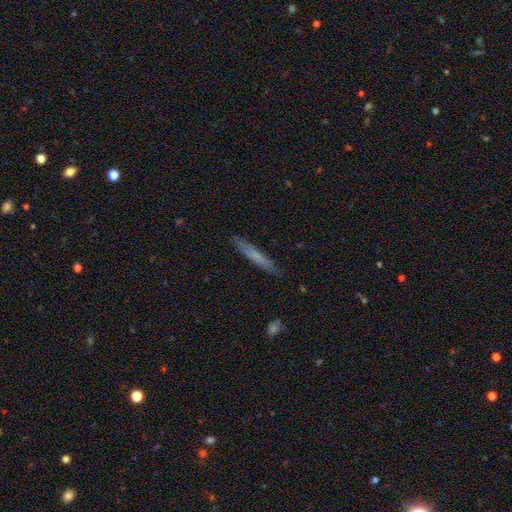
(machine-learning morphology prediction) A smooth galaxy with no disk features (59%) that is cigar-shaped (95%).

Vote fractions:
- Smooth or featured? smooth: 59% / featured or disk: 35% / star or artifact: 6%
- How rounded? cigar-shaped: 95% / in between: 3% / round: 1%
- Merging? none: 88% / minor disturbance: 9% / major disturbance: 2% / merger: 1%